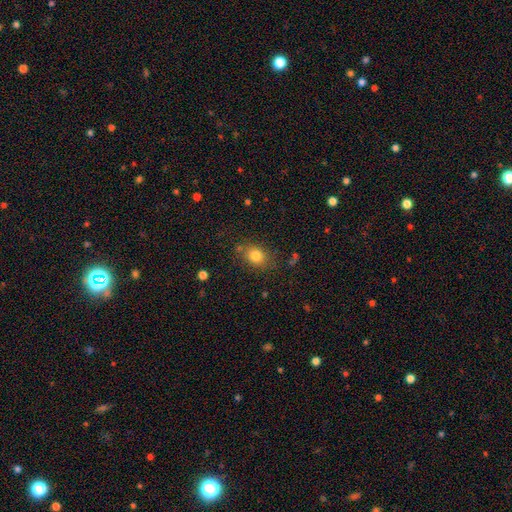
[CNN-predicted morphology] type=smooth (81%); roundness=round (51%); merging=none (77%).